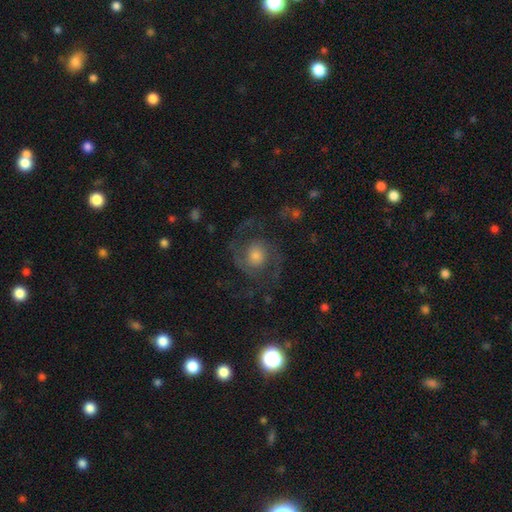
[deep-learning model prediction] Smooth or featured: featured or disk — 80% (smooth — 11%)
Edge-on disk: no — 98% (yes — 2%)
Bar: no — 70% (weak — 25%)
Spiral arms: yes — 95% (no — 5%)
Spiral winding: medium — 55% (tight — 24%)
Spiral arm count: 2 — 83% (can't tell — 5%)
Bulge size: moderate — 51% (small — 28%)
Merging: none — 73% (minor disturbance — 14%)